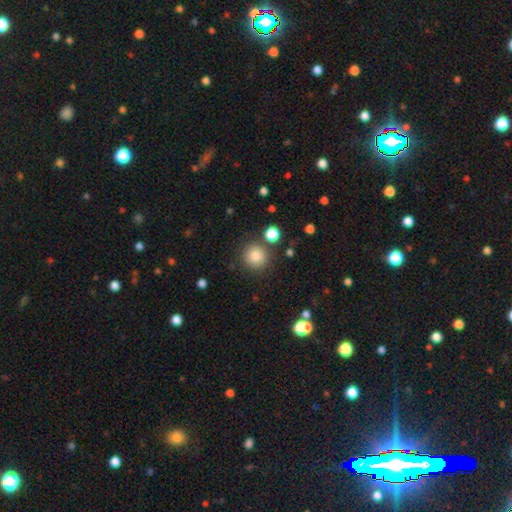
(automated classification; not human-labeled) Smooth or featured?
  - smooth: 84% *
  - star or artifact: 10%
  - featured or disk: 6%
How rounded?
  - round: 94% *
  - in between: 5%
  - cigar-shaped: 1%
Merging?
  - none: 85% *
  - minor disturbance: 7%
  - merger: 5%
  - major disturbance: 3%